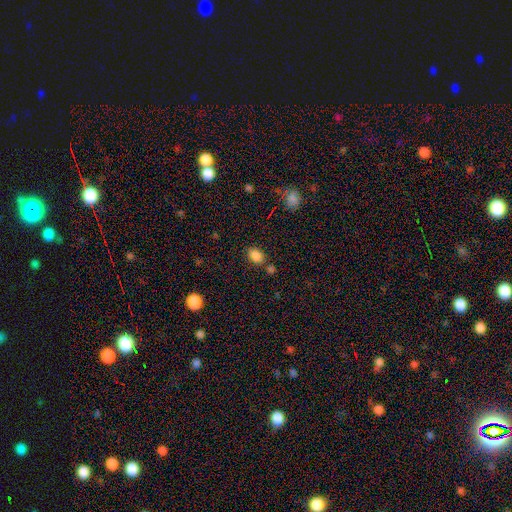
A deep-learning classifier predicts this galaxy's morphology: A smooth galaxy with no disk features (85%) that is in between round and cigar-shaped (78%).

Vote fractions:
- Smooth or featured? smooth: 85% / star or artifact: 11% / featured or disk: 4%
- How rounded? in between: 78% / round: 20% / cigar-shaped: 1%
- Merging? none: 74% / minor disturbance: 13% / merger: 10% / major disturbance: 4%